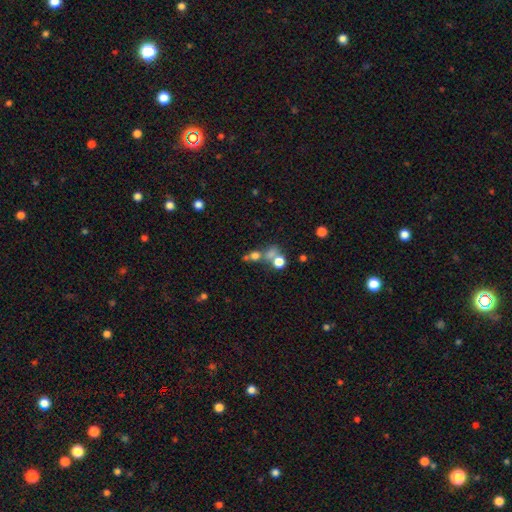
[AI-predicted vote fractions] Morphology: type=smooth (51%); roundness=round (63%); merging=merger (44%).